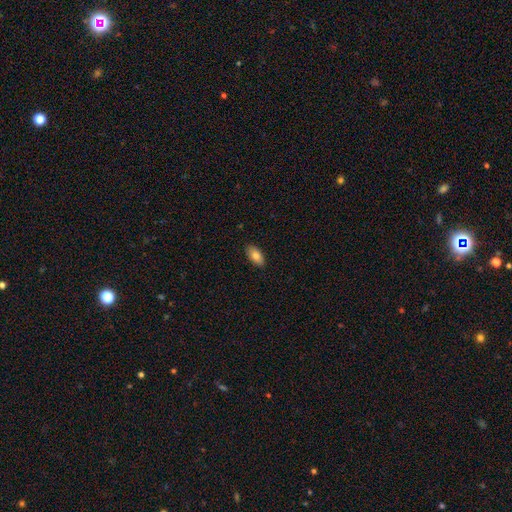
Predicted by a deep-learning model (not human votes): smooth_or_featured: smooth (p=0.82) [alt: featured or disk p=0.11]
how_rounded: in between (p=0.92) [alt: cigar-shaped p=0.05]
merging: none (p=0.88) [alt: minor disturbance p=0.09]